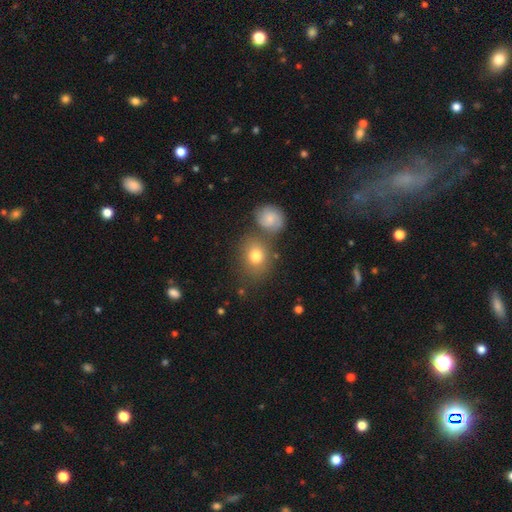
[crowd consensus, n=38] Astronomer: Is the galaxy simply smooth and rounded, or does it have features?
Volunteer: smooth — 89%.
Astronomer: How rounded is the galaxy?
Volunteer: round — 68%.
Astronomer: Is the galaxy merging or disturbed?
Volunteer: none — 65%.